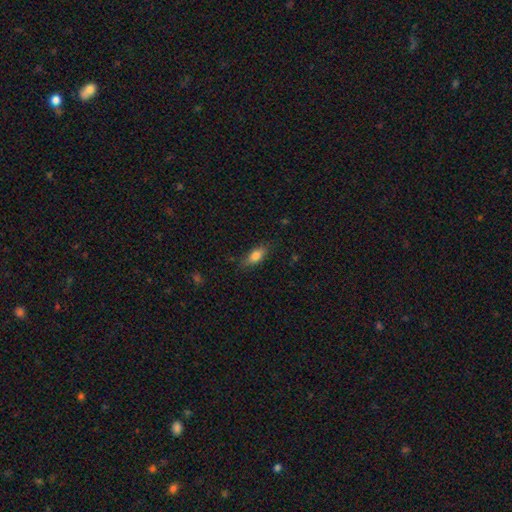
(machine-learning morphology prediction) This appears to be a smooth galaxy with no disk features (79%) that is in between round and cigar-shaped (79%). Merging: none (76%).